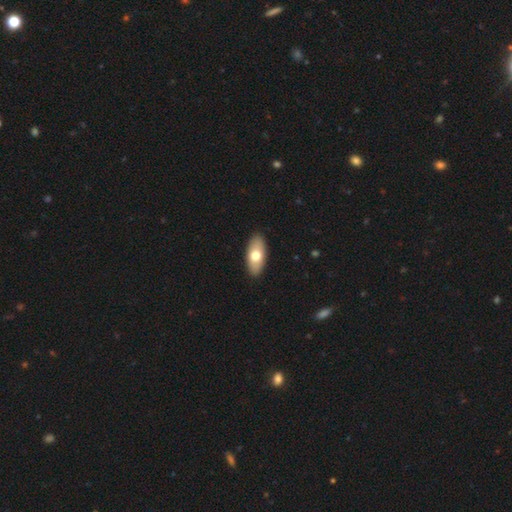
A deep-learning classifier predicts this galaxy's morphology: smooth-or-featured: smooth: 69% | featured or disk: 25% | star or artifact: 6%
  how-rounded: in between: 89% | cigar-shaped: 8% | round: 3%
  merging: none: 90% | minor disturbance: 7% | major disturbance: 2% | merger: 1%